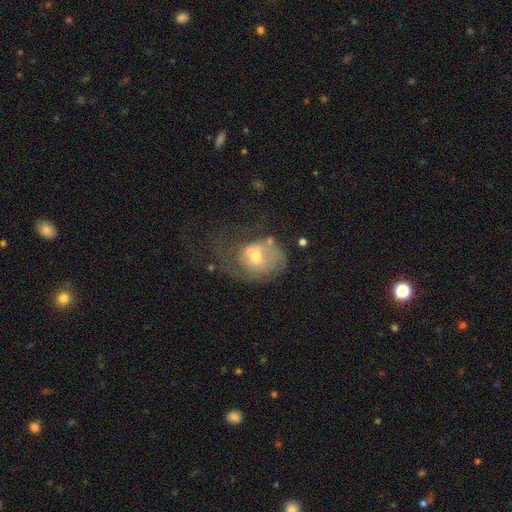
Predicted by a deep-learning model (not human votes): A featured or disk galaxy (64%) with no bar (57%), spiral arms (64%) and a moderate central bulge (54%).

Vote fractions:
- Smooth or featured? featured or disk: 64% / smooth: 27% / star or artifact: 9%
- Edge-on disk? no: 97% / yes: 3%
- Bar? no: 57% / weak: 37% / strong: 7%
- Spiral arms? yes: 64% / no: 36%
- Bulge size? moderate: 54% / small: 38% / large: 4% / none: 2% / dominant: 1%
- Merging? major disturbance: 46% / none: 26% / minor disturbance: 20% / merger: 8%